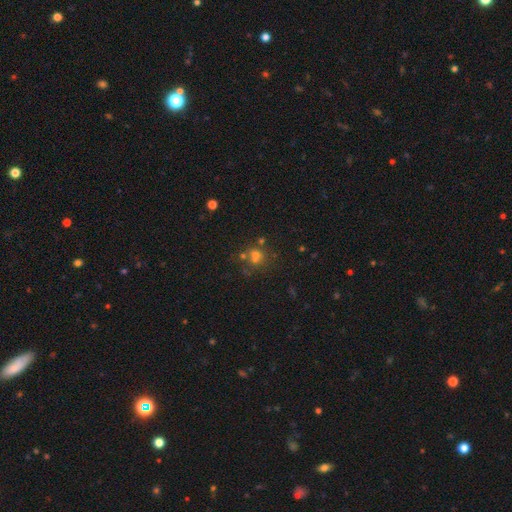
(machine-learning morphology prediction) smooth_or_featured: smooth (p=0.59) [alt: star or artifact p=0.25]
how_rounded: round (p=0.81) [alt: in between p=0.18]
merging: none (p=0.51) [alt: merger p=0.33]